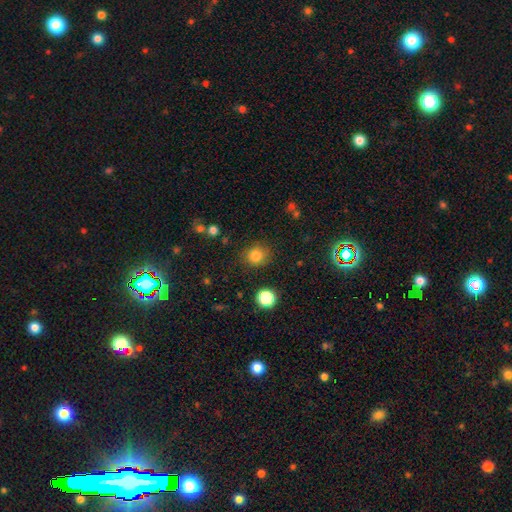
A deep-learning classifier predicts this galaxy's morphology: Smooth or featured?
  - smooth: 83% *
  - star or artifact: 12%
  - featured or disk: 5%
How rounded?
  - round: 83% *
  - in between: 16%
  - cigar-shaped: 1%
Merging?
  - none: 85% *
  - minor disturbance: 10%
  - major disturbance: 3%
  - merger: 2%